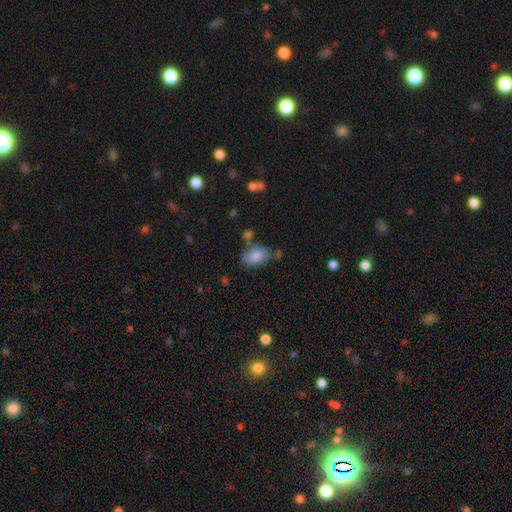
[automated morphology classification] smooth-or-featured: smooth: 80% | featured or disk: 12% | star or artifact: 8%
  how-rounded: in between: 88% | round: 10% | cigar-shaped: 2%
  merging: none: 59% | minor disturbance: 23% | merger: 11% | major disturbance: 7%